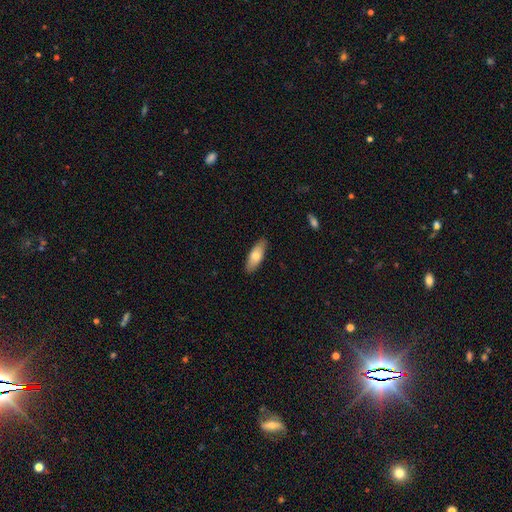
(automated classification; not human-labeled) This is likely a smooth galaxy (73%). How rounded: likely in between (68%). Merging: clearly none (88%).